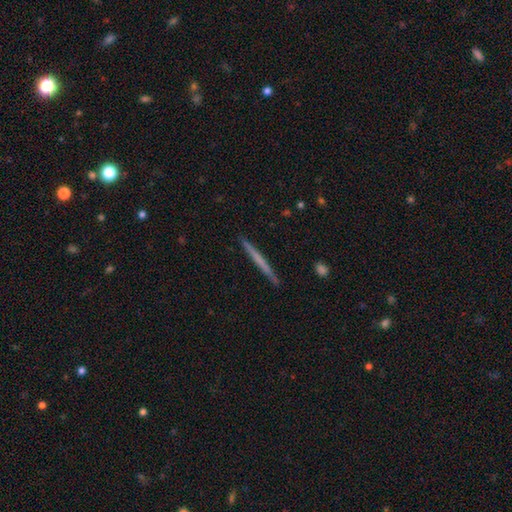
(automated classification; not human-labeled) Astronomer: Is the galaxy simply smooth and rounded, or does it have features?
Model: smooth — 49% (runner-up: featured or disk, 46%).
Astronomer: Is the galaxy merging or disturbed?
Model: none — 91%.